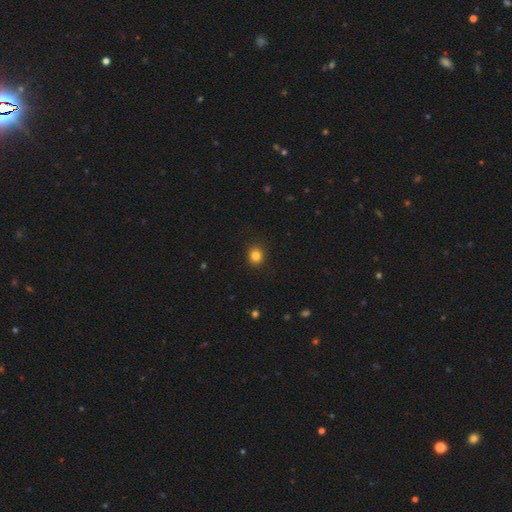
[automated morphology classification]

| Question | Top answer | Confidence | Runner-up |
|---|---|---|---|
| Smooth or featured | smooth | 83% | star or artifact (12%) |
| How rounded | round | 84% | in between (15%) |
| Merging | none | 91% | minor disturbance (6%) |